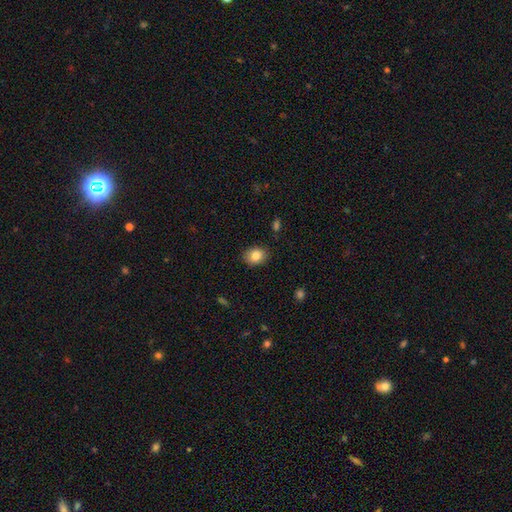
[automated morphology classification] smooth 84%, star or artifact 9%, featured or disk 7%. Down the decision tree: how rounded — in between (59%); merging — none (86%).